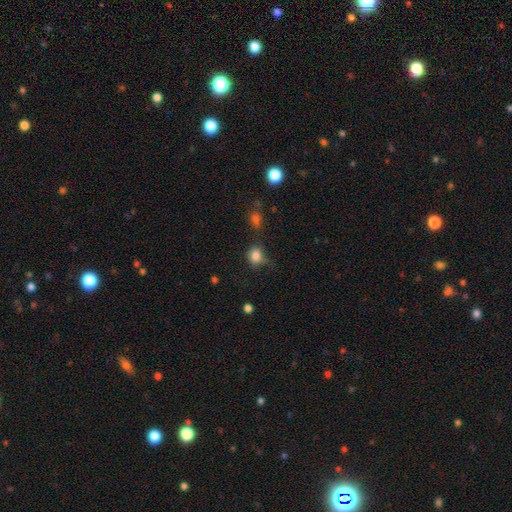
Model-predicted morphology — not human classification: Smooth or featured?
  - smooth: 82% *
  - star or artifact: 11%
  - featured or disk: 7%
How rounded?
  - round: 66% *
  - in between: 33%
  - cigar-shaped: 1%
Merging?
  - none: 62% *
  - minor disturbance: 25%
  - major disturbance: 8%
  - merger: 5%